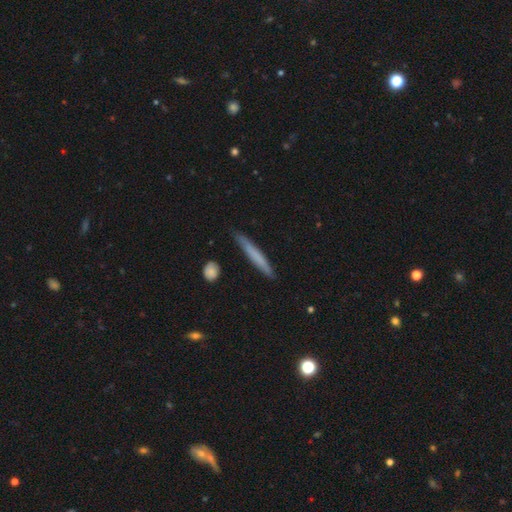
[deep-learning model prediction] Q: Smooth or featured?
A: smooth (65%); runner-up: featured or disk (29%)
Q: How rounded?
A: cigar-shaped (96%); runner-up: in between (3%)
Q: Merging?
A: none (85%); runner-up: minor disturbance (11%)